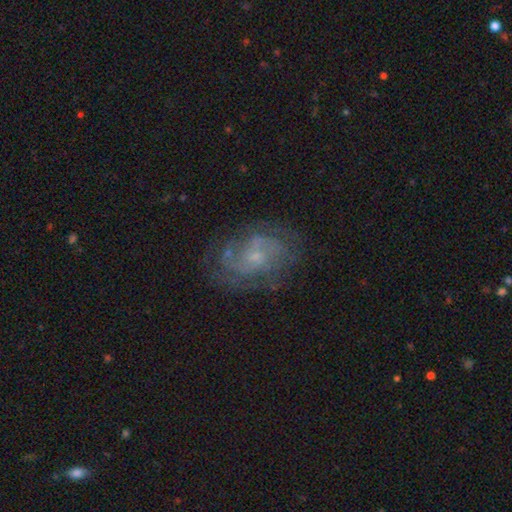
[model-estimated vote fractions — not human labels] The model was most divided on "spiral arm count": can't tell: 38%, 2: 35%, 3: 13%, 4: 5%, 1: 5%, more than 4: 4%. Remaining: edge-on disk — no (97%); spiral arms — yes (82%); smooth or featured — featured or disk (75%); bar — no (70%); bulge size — small (68%); merging — none (67%); spiral winding — medium (43%).